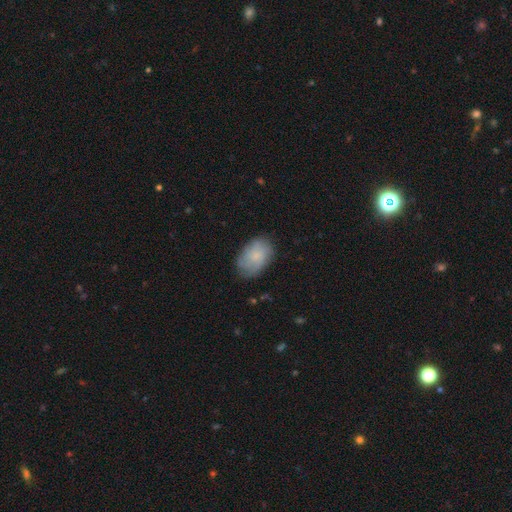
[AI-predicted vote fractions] This is likely a smooth galaxy (70%). How rounded: clearly in between (87%). Merging: likely none (70%).